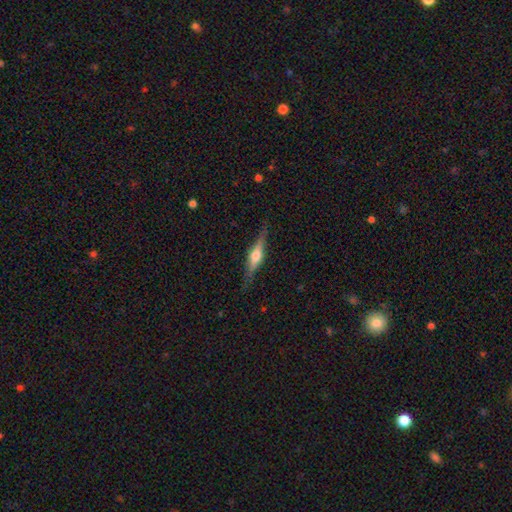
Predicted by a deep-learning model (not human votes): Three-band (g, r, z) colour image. It shows a featured or disk galaxy (69%) viewed edge-on (97%) with a rounded central bulge (88%). Merging: none (84%).